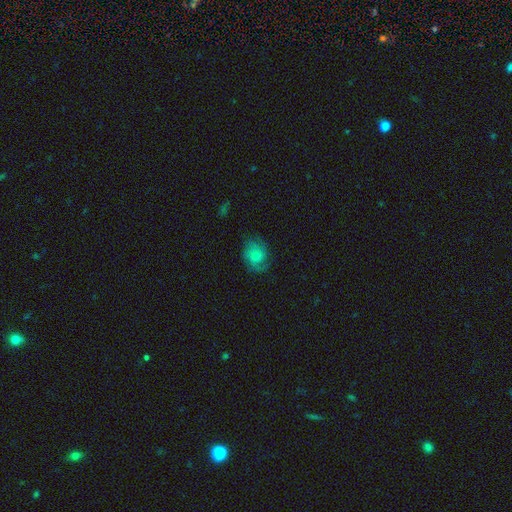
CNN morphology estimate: smooth-or-featured: featured or disk: 46% | smooth: 45% | star or artifact: 10%
  merging: none: 71% | minor disturbance: 20% | major disturbance: 8% | merger: 1%